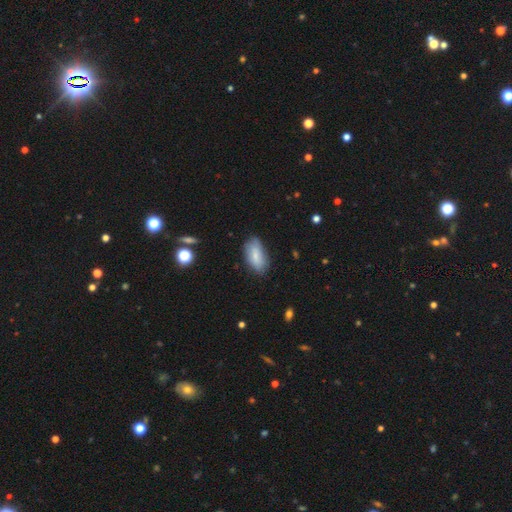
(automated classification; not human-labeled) smooth 76%, featured or disk 17%, star or artifact 7%. Down the decision tree: how rounded — in between (91%); merging — none (73%).